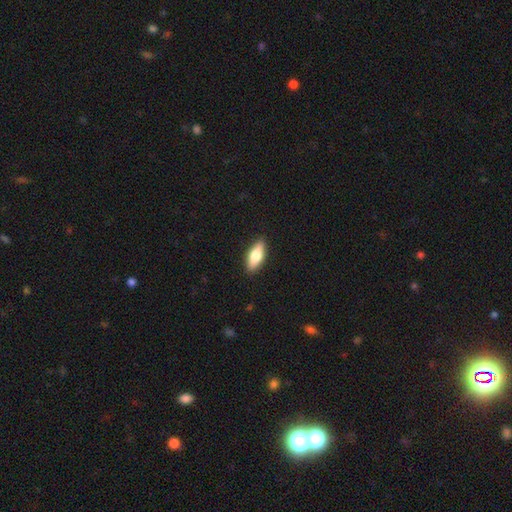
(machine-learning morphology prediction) Overall: smooth (70%). How rounded: in between (73%). Merging: none (89%).